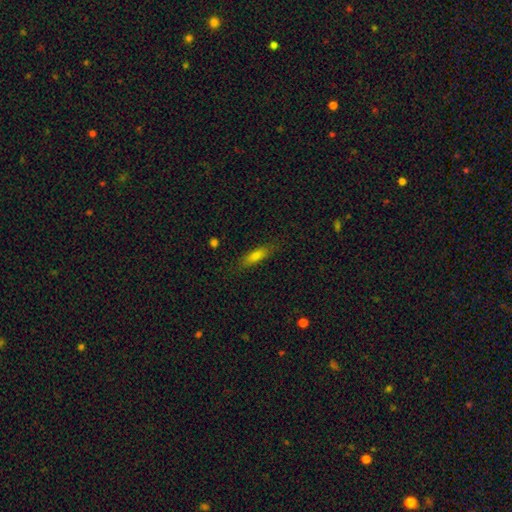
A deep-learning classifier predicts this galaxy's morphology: Q: Smooth or featured?
A: smooth (71%); runner-up: featured or disk (18%)
Q: How rounded?
A: cigar-shaped (66%); runner-up: in between (32%)
Q: Merging?
A: none (82%); runner-up: minor disturbance (13%)